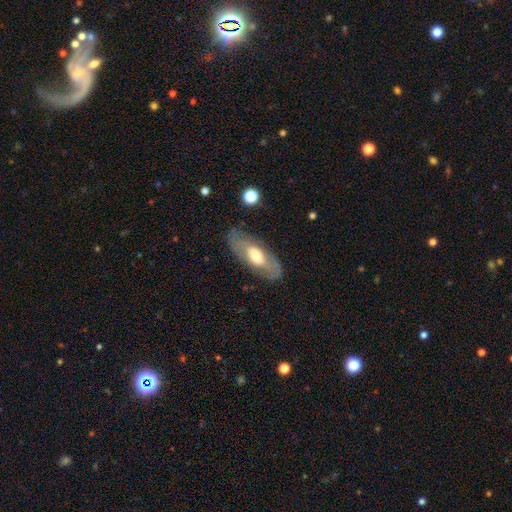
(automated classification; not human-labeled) This is possibly a featured or disk galaxy (51%). It is likely not viewed edge-on (79%). Merging: likely none (75%).